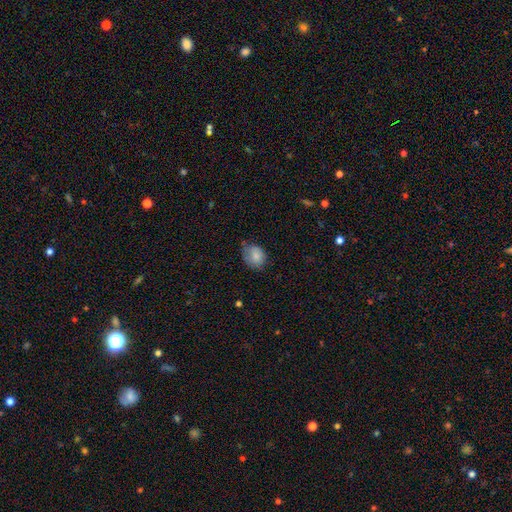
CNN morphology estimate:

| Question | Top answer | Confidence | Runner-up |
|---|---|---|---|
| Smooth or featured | smooth | 79% | featured or disk (13%) |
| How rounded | in between | 51% | round (49%) |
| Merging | none | 49% | minor disturbance (37%) |